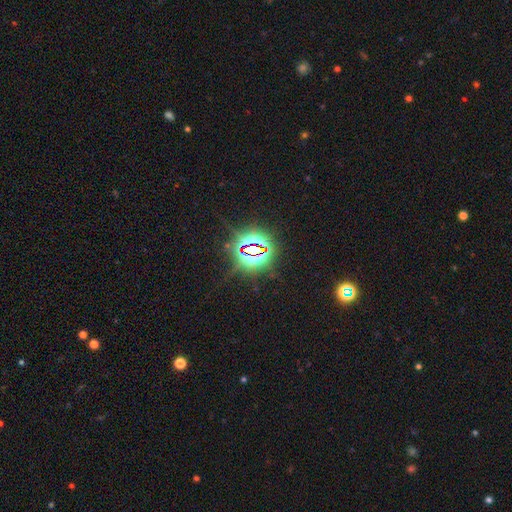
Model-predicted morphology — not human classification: Overall: star or artifact (83%).